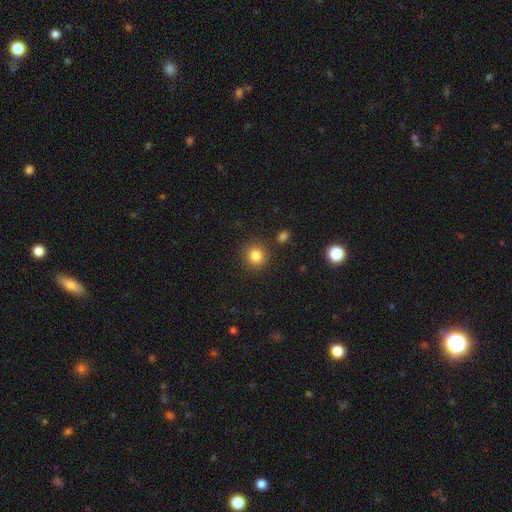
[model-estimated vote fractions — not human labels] smooth-or-featured: smooth: 83% | star or artifact: 12% | featured or disk: 5%
  how-rounded: round: 90% | in between: 9% | cigar-shaped: 1%
  merging: none: 88% | minor disturbance: 7% | merger: 3% | major disturbance: 2%